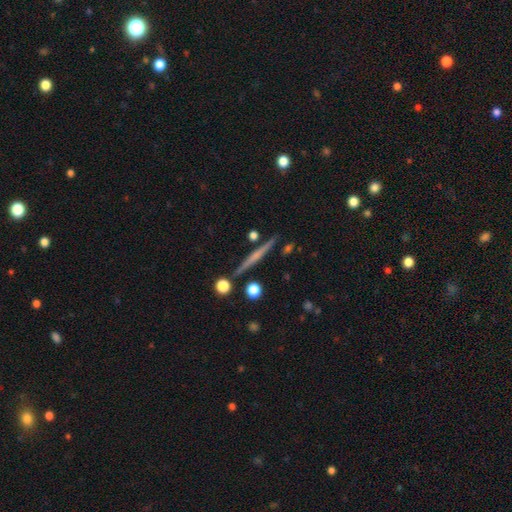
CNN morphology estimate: A featured or disk galaxy (66%) viewed edge-on (98%) with no central bulge (52%).

Vote fractions:
- Smooth or featured? featured or disk: 66% / smooth: 27% / star or artifact: 7%
- Edge-on disk? yes: 98% / no: 2%
- Edge-on bulge? none: 52% / rounded: 38% / boxy: 10%
- Merging? none: 89% / minor disturbance: 6% / merger: 3% / major disturbance: 2%